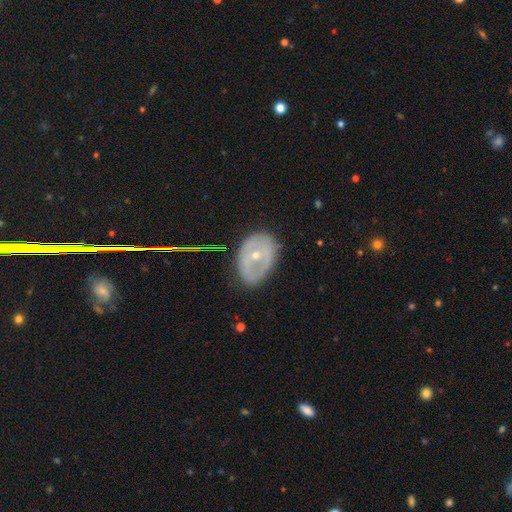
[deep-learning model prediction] Overall: featured or disk (63%; smooth 29%). Edge-on disk: no (93%). Bar: no (58%; weak 27%). Spiral arms: no (67%; yes 33%). Bulge size: small (54%; moderate 43%). Merging: none (68%).